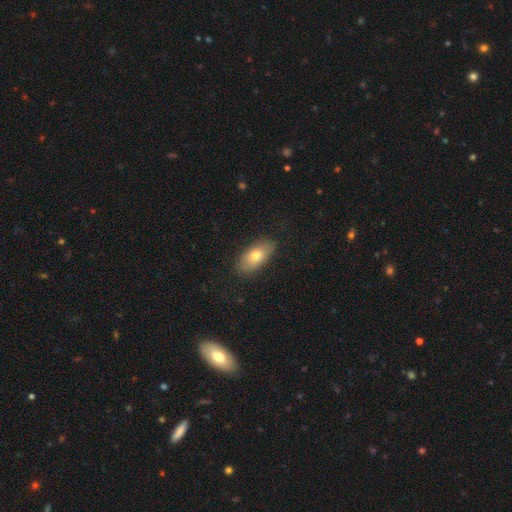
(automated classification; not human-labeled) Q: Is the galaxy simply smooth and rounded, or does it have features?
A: smooth — 74%.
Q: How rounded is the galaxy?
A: in between — 89%.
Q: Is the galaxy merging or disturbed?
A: none — 87%.